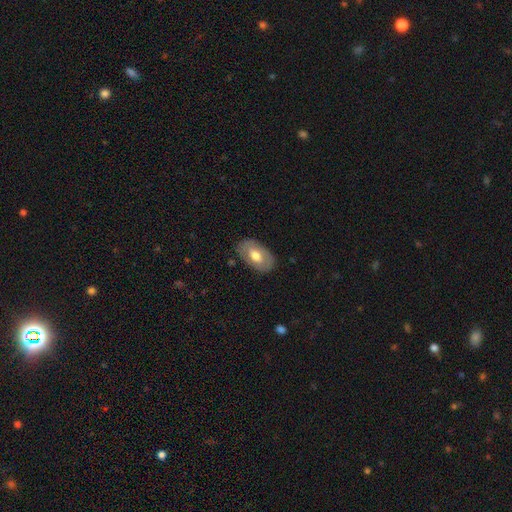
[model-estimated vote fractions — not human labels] Morphology: type=smooth (56%); roundness=in between (91%); merging=none (80%).